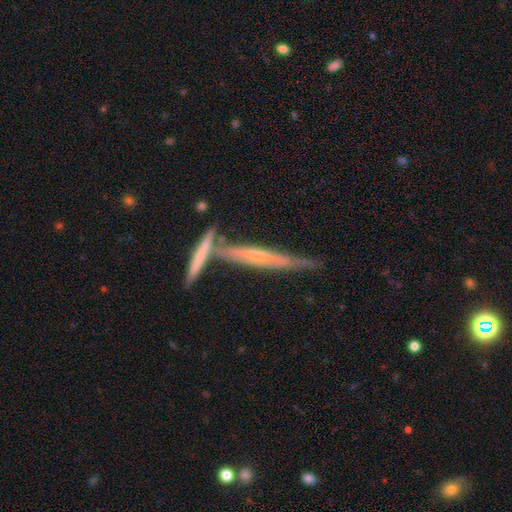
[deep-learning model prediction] This appears to be a featured or disk galaxy (68%) viewed edge-on (91%) with no central bulge (65%). Merging: none (54%).